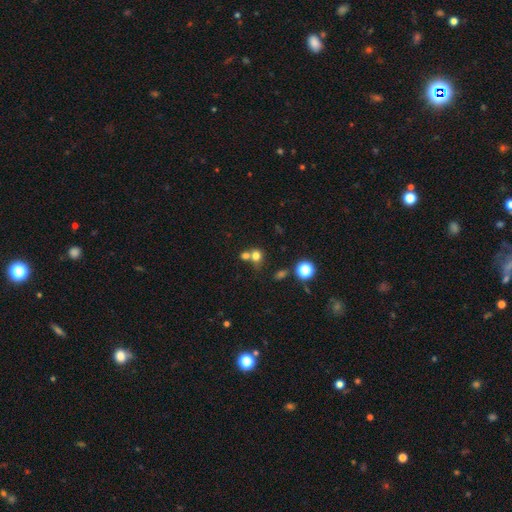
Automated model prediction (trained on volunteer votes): This is likely a smooth galaxy (74%). How rounded: likely round (75%). Merging: possibly merger (45%).